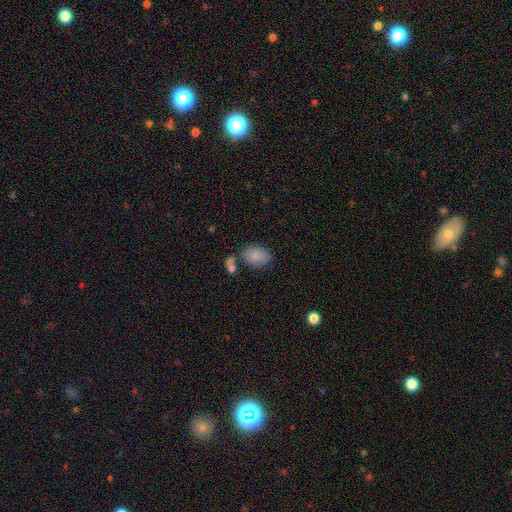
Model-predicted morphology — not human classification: smooth 86%, star or artifact 7%, featured or disk 7%. Down the decision tree: how rounded — in between (83%); merging — none (61%).